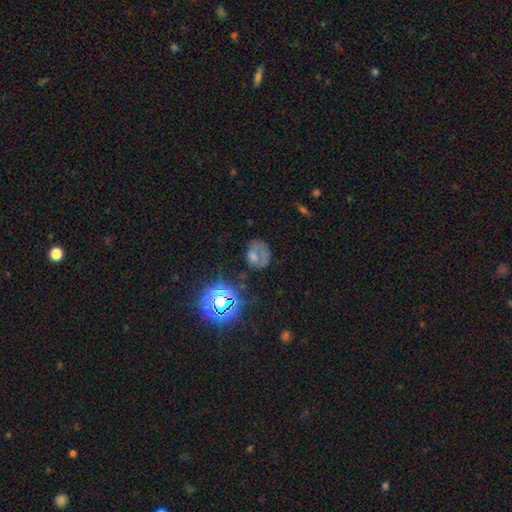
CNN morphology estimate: Smooth or featured? Predicted: smooth (p=0.54). How rounded? Predicted: round (p=0.51). Merging? Predicted: none (p=0.37).